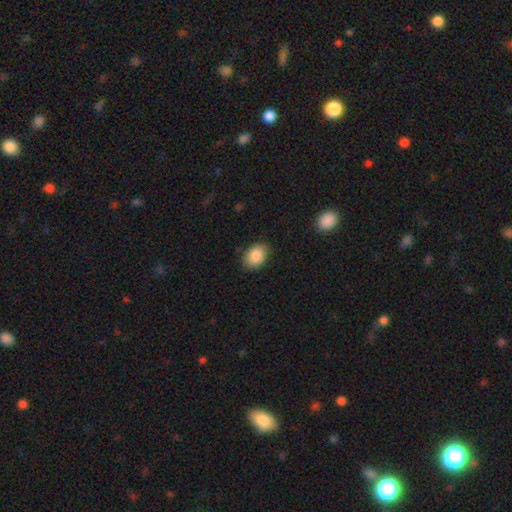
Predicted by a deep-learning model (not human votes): Overall: smooth (88%). How rounded: in between (79%). Merging: none (84%).